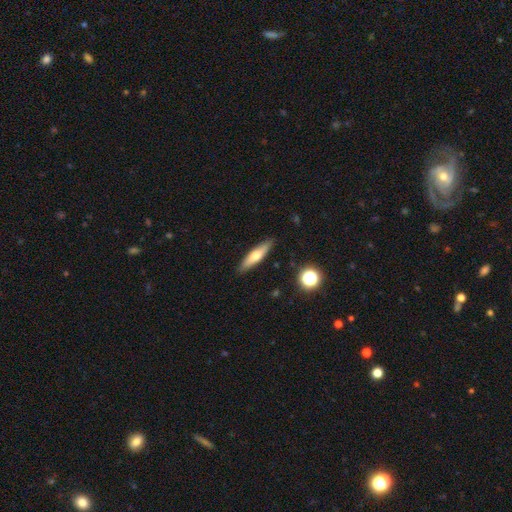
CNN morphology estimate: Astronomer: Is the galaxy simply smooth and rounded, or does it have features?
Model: smooth — 58% (runner-up: featured or disk, 35%).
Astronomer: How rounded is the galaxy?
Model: cigar-shaped — 73%.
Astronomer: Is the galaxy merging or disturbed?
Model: none — 88%.